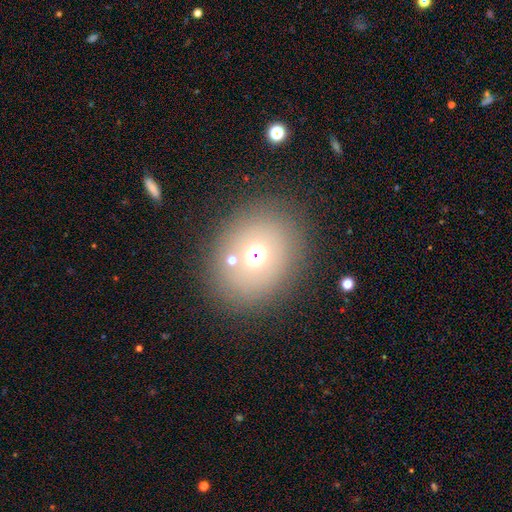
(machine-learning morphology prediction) Q: Smooth or featured?
A: smooth (61%); runner-up: star or artifact (24%)
Q: How rounded?
A: round (63%); runner-up: in between (36%)
Q: Merging?
A: none (81%); runner-up: minor disturbance (9%)